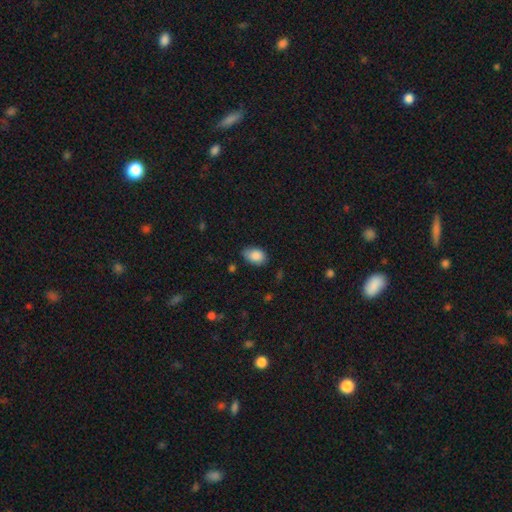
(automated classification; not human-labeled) smooth_or_featured: smooth (p=0.87) [alt: star or artifact p=0.07]
how_rounded: in between (p=0.85) [alt: round p=0.14]
merging: none (p=0.69) [alt: minor disturbance p=0.25]